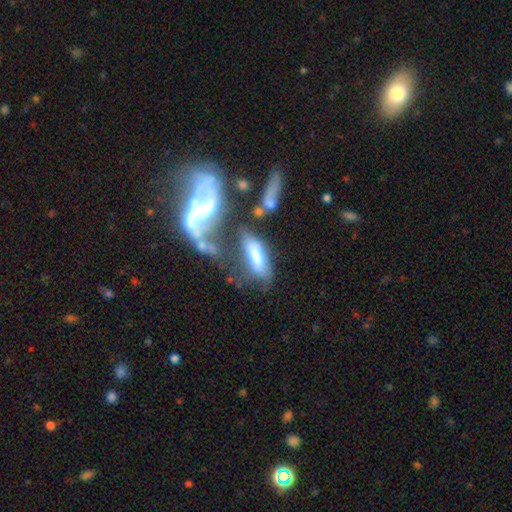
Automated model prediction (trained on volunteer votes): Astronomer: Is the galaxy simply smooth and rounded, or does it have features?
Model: smooth — 59%.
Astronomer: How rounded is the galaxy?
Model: in between — 57% (runner-up: cigar-shaped, 40%).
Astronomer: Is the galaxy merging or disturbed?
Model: none — 34% (runner-up: merger, 29%).